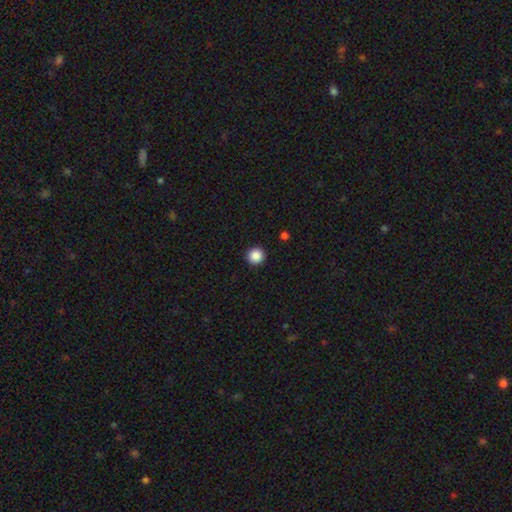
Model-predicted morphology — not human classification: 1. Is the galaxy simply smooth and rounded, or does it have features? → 88% smooth, 10% star or artifact, 3% featured or disk.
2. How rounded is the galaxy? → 95% round, 4% in between, 1% cigar-shaped.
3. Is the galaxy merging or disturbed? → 93% none, 4% minor disturbance, 2% major disturbance, 1% merger.